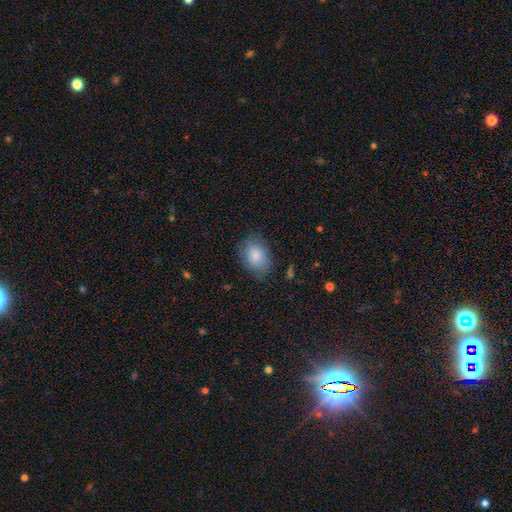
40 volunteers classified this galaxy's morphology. Smooth or featured?
  - smooth: 80% *
  - featured or disk: 12%
  - star or artifact: 8%
How rounded?
  - in between: 72% *
  - round: 28%
  - cigar-shaped: 0%
Merging?
  - none: 76% *
  - minor disturbance: 14%
  - major disturbance: 8%
  - merger: 3%